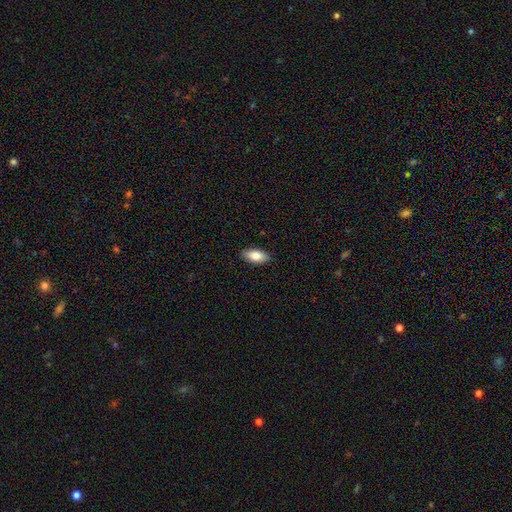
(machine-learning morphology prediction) The model was most divided on "smooth or featured": smooth: 81%, featured or disk: 12%, star or artifact: 6%. More confident: merging — none (89%); how rounded — in between (88%).